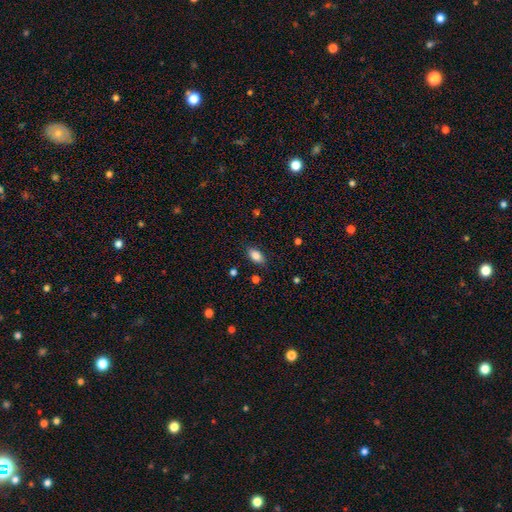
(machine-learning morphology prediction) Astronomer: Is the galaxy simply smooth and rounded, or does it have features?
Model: smooth — 85%.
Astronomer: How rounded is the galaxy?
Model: in between — 90%.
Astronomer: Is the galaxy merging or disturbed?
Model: none — 85%.